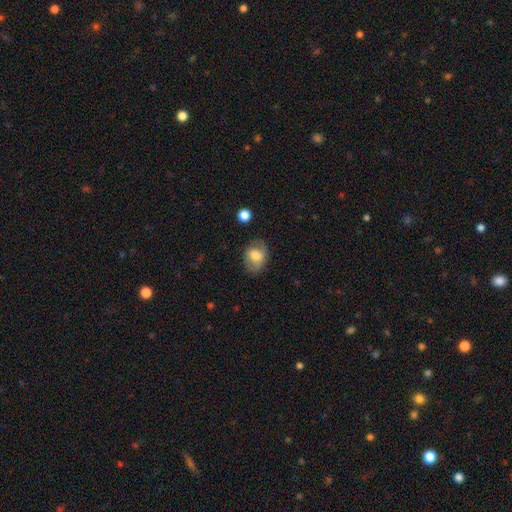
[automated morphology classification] The model was most divided on "how rounded": in between: 65%, round: 34%, cigar-shaped: 1%. More confident: merging — none (74%); smooth or featured — smooth (69%).